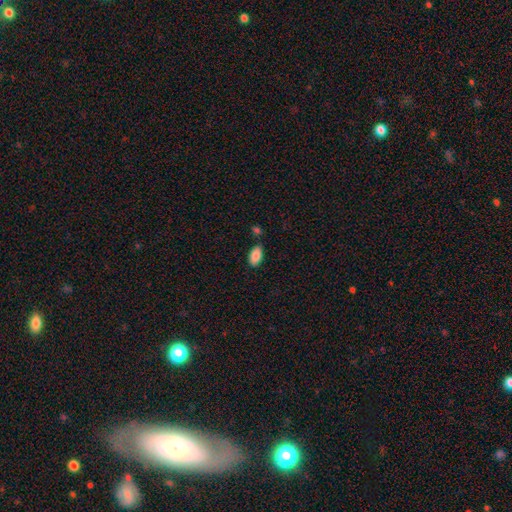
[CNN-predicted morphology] Smooth or featured? Predicted: smooth (p=0.88). How rounded? Predicted: in between (p=0.94). Merging? Predicted: none (p=0.78).